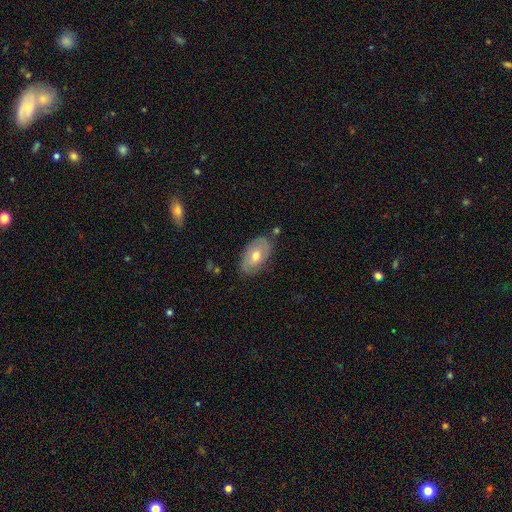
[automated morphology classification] Smooth or featured: smooth — 48% (featured or disk — 45%)
Merging: none — 76% (minor disturbance — 17%)